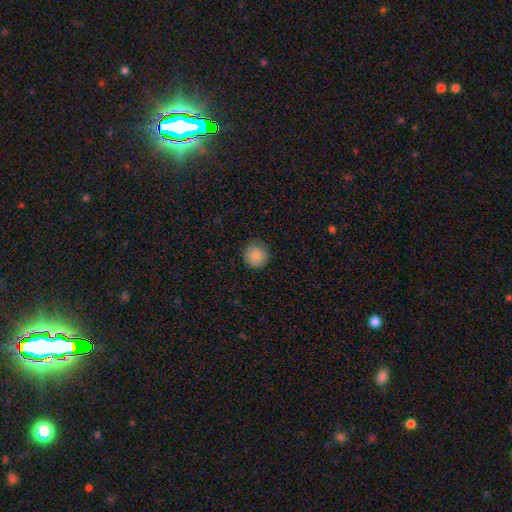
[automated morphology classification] Smooth or featured? smooth (88%)
How rounded? round (95%)
Merging? none (89%)